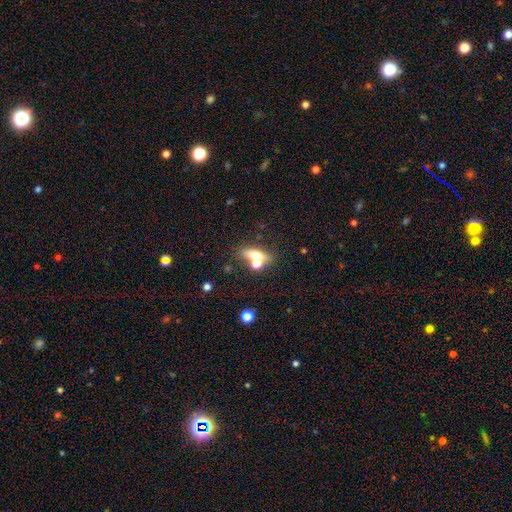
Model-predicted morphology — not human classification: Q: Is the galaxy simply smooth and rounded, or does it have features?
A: smooth — 53%.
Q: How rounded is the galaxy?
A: in between — 48%.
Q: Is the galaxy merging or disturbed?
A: none — 53%.